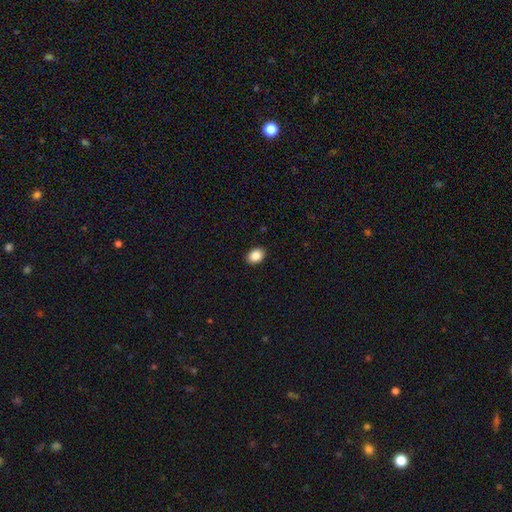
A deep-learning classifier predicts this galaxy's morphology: smooth 88%, star or artifact 8%, featured or disk 4%. Down the decision tree: how rounded — in between (70%); merging — none (91%).